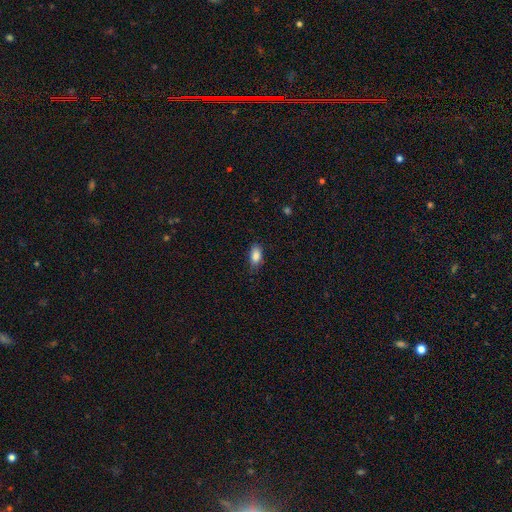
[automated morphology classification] type=smooth (86%); roundness=in between (90%); merging=none (76%).